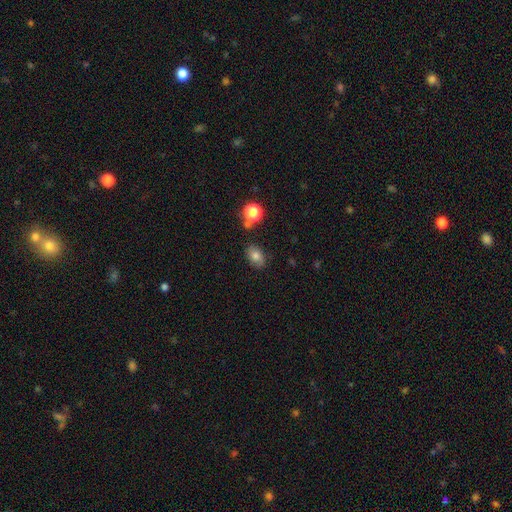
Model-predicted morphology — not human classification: smooth_or_featured: smooth (p=0.77) [alt: star or artifact p=0.12]
how_rounded: in between (p=0.76) [alt: round p=0.22]
merging: none (p=0.77) [alt: minor disturbance p=0.14]